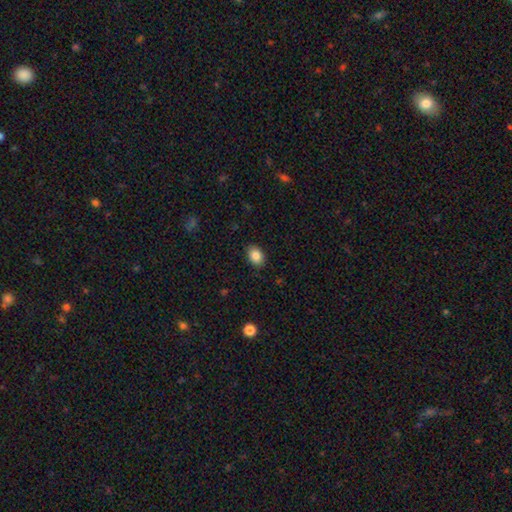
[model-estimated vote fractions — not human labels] Smooth or featured? Predicted: smooth (p=0.86). How rounded? Predicted: in between (p=0.71). Merging? Predicted: none (p=0.89).